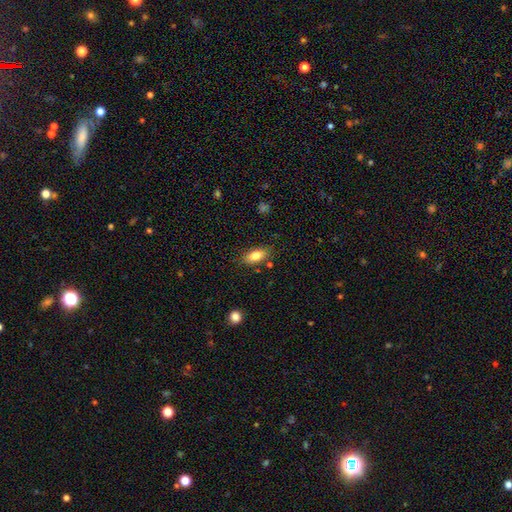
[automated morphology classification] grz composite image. It shows a smooth galaxy with no disk features (82%) that is in between round and cigar-shaped (88%). Merging: none (82%).